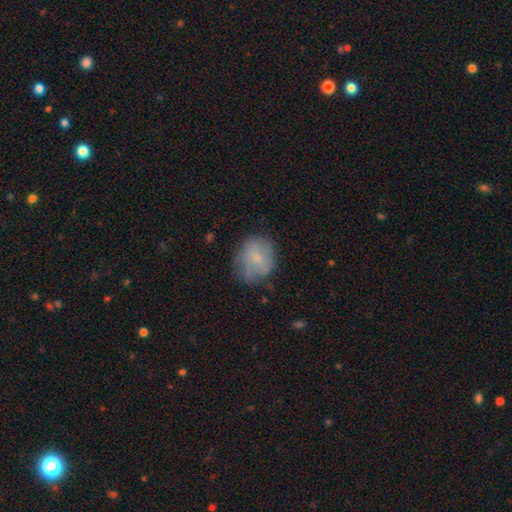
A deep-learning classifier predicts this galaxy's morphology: smooth 58%, featured or disk 33%, star or artifact 9%. Down the decision tree: how rounded — round (62%); merging — none (58%).